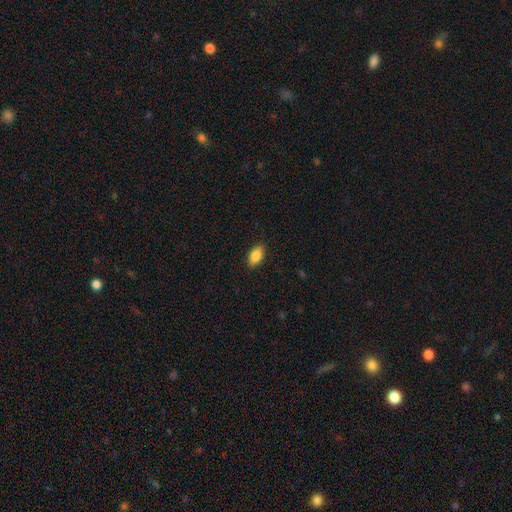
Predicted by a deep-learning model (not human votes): Overall: smooth (87%). How rounded: in between (91%). Merging: none (89%).